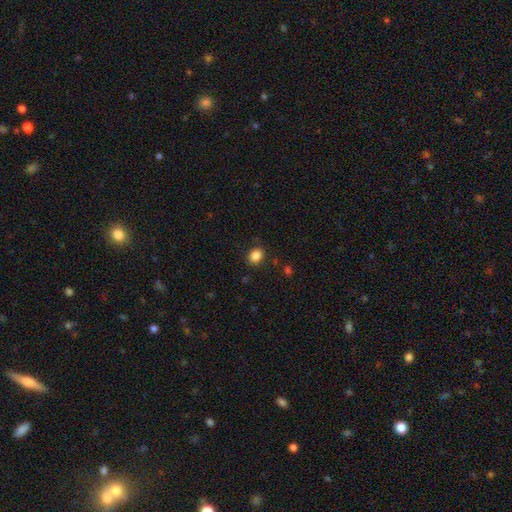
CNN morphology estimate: smooth 86%, star or artifact 10%, featured or disk 3%. Down the decision tree: how rounded — round (53%); merging — none (87%).